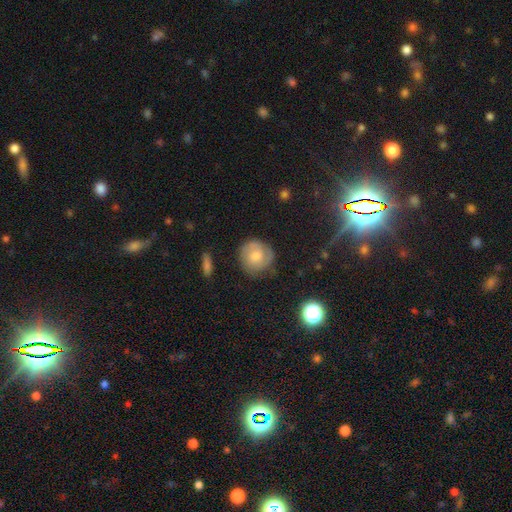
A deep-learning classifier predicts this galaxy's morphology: smooth_or_featured: smooth (p=0.47) [alt: featured or disk p=0.45]
merging: none (p=0.75) [alt: minor disturbance p=0.18]